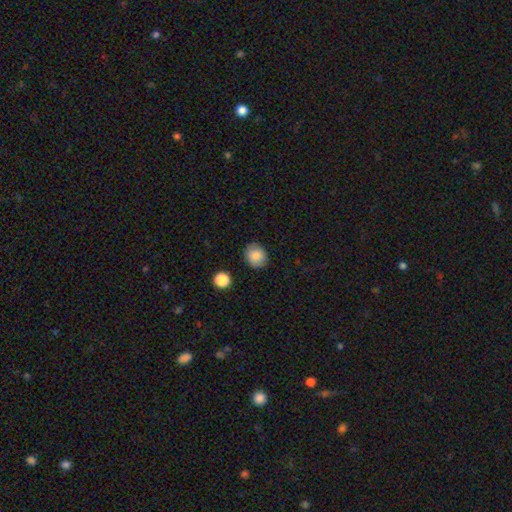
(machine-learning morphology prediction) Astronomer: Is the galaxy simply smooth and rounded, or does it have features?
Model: smooth — 84%.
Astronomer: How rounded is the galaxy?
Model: round — 59% (runner-up: in between, 40%).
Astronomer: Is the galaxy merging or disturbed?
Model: none — 87%.